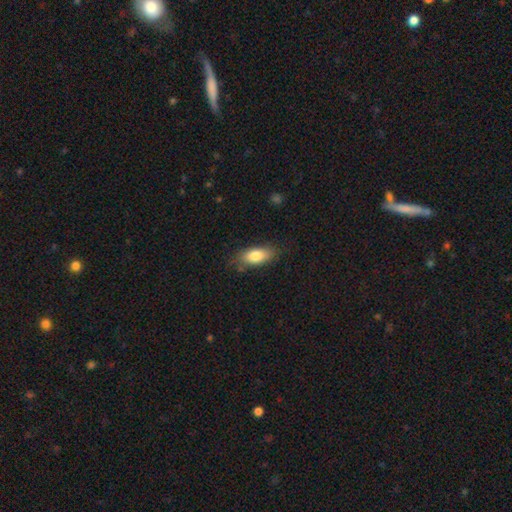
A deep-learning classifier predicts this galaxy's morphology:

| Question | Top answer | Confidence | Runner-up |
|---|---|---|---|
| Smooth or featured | smooth | 80% | featured or disk (13%) |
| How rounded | in between | 84% | cigar-shaped (13%) |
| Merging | none | 76% | minor disturbance (18%) |